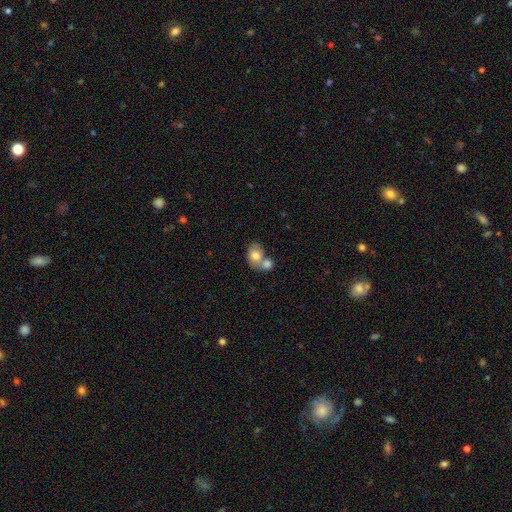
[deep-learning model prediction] A smooth galaxy with no disk features (77%) that is in between round and cigar-shaped (59%).

Vote fractions:
- Smooth or featured? smooth: 77% / featured or disk: 16% / star or artifact: 7%
- How rounded? in between: 59% / round: 40% / cigar-shaped: 1%
- Merging? merger: 61% / none: 27% / minor disturbance: 9% / major disturbance: 4%